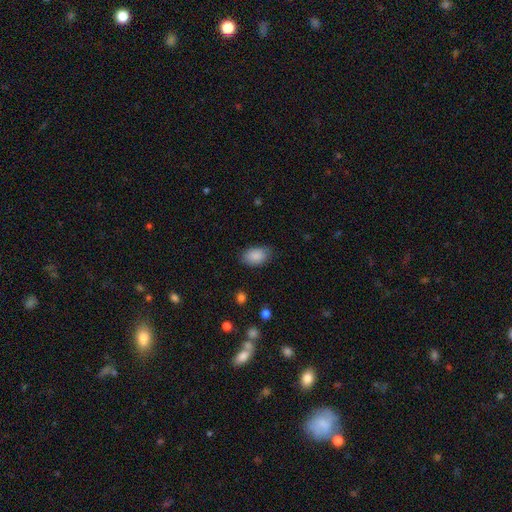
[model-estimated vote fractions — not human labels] Smooth or featured? smooth (89%)
How rounded? in between (90%)
Merging? none (81%)